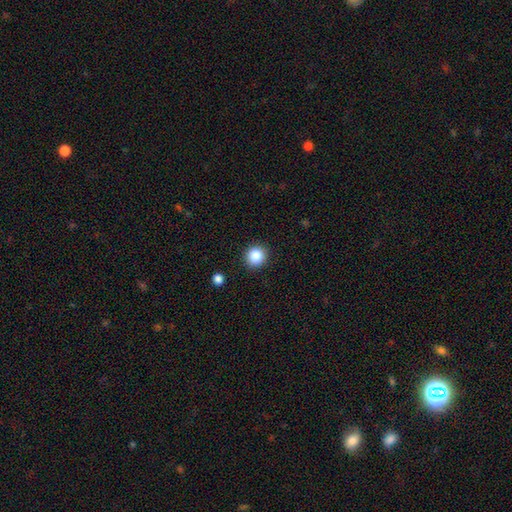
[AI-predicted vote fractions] A smooth galaxy with no disk features (87%) that is round (91%).

Vote fractions:
- Smooth or featured? smooth: 87% / star or artifact: 10% / featured or disk: 4%
- How rounded? round: 91% / in between: 8% / cigar-shaped: 1%
- Merging? none: 91% / minor disturbance: 6% / major disturbance: 2% / merger: 1%